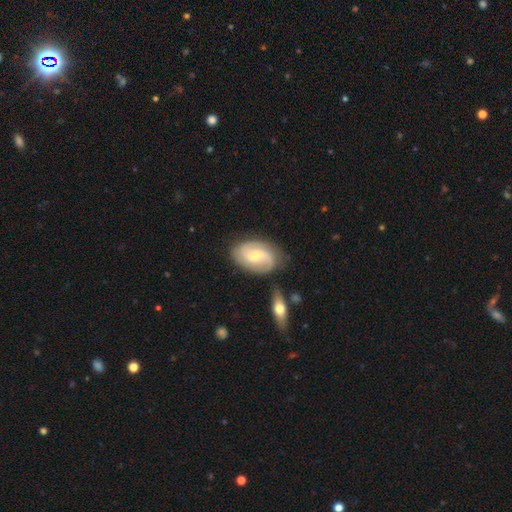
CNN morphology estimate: smooth-or-featured: featured or disk: 70% | smooth: 25% | star or artifact: 6%
  disk-edge-on: no: 96% | yes: 4%
    bar: weak: 45% (tied) | no: 45% (tied) | strong: 10%
    has-spiral-arms: yes: 92% | no: 8%
      spiral-winding: medium: 44% | loose: 29% | tight: 27%
      spiral-arm-count: 2: 73% | can't tell: 13% | 3: 7% | 1: 4% | 4: 2% | more than 4: 2%
    bulge-size: small: 59% | moderate: 36% | none: 2% | large: 2% | dominant: 1%
  merging: none: 72% | minor disturbance: 17% | major disturbance: 5% | merger: 5%